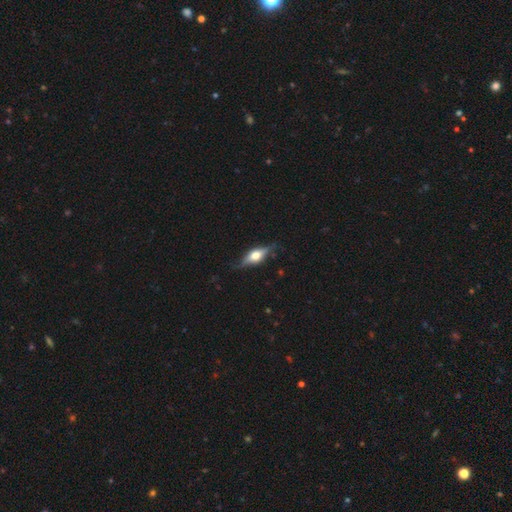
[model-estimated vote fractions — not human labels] Overall: featured or disk (62%; smooth 31%). Edge-on disk: yes (93%). Edge-on bulge: rounded (92%). Merging: none (79%).